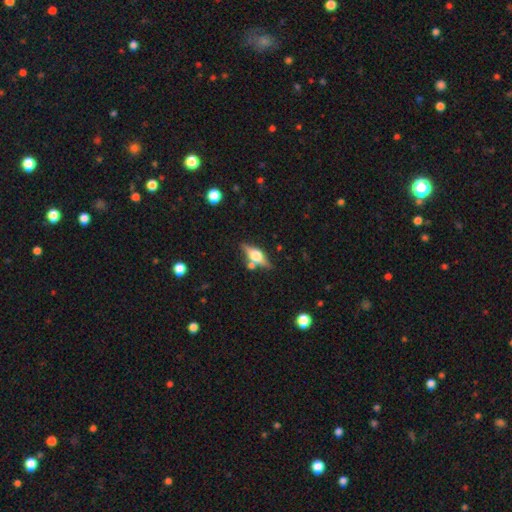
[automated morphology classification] Smooth or featured? Predicted: featured or disk (p=0.63). Edge-on disk? Predicted: yes (p=0.94). Edge-on bulge? Predicted: rounded (p=0.92). Merging? Predicted: none (p=0.78).